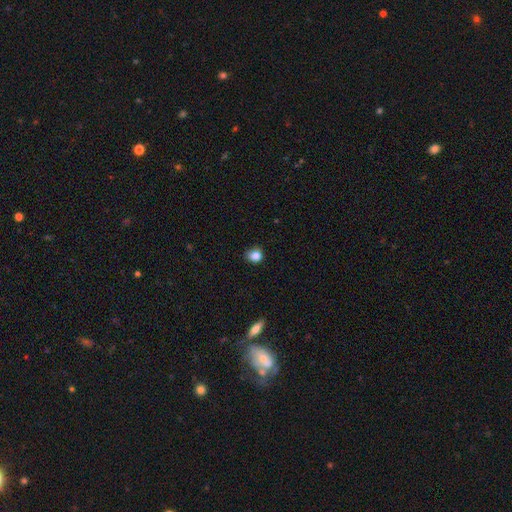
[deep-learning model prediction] This is clearly a smooth galaxy (84%). How rounded: likely round (72%). Merging: likely none (72%).